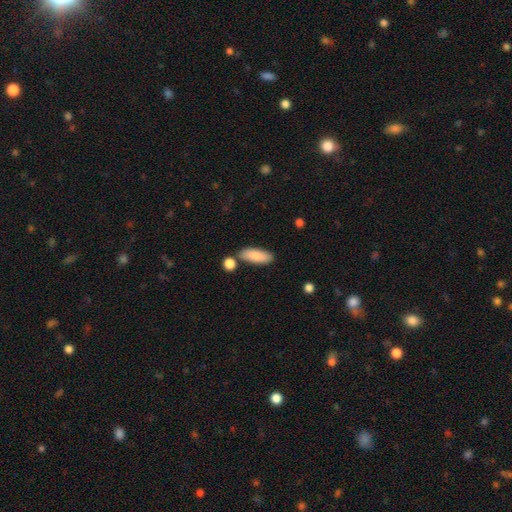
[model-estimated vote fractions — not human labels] smooth_or_featured: smooth (p=0.85) [alt: featured or disk p=0.09]
how_rounded: in between (p=0.75) [alt: cigar-shaped p=0.23]
merging: none (p=0.77) [alt: minor disturbance p=0.11]